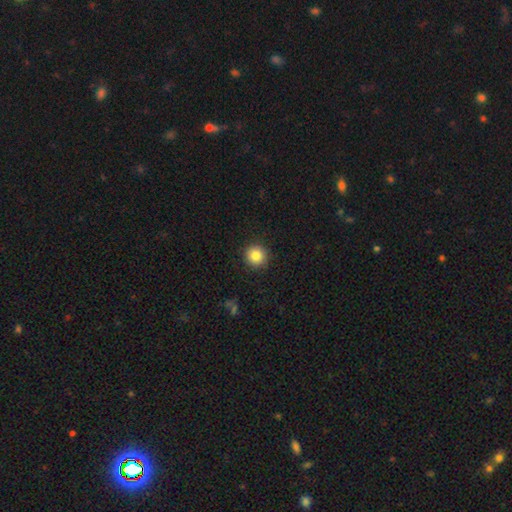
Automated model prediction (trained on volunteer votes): Smooth or featured? smooth (85%)
How rounded? round (95%)
Merging? none (92%)